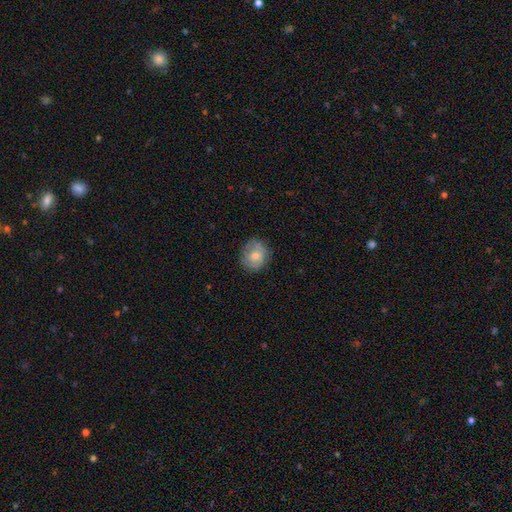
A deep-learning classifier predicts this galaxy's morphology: The model was most divided on "smooth or featured": smooth: 67%, featured or disk: 25%, star or artifact: 8%. More confident: merging — none (75%); how rounded — round (75%).